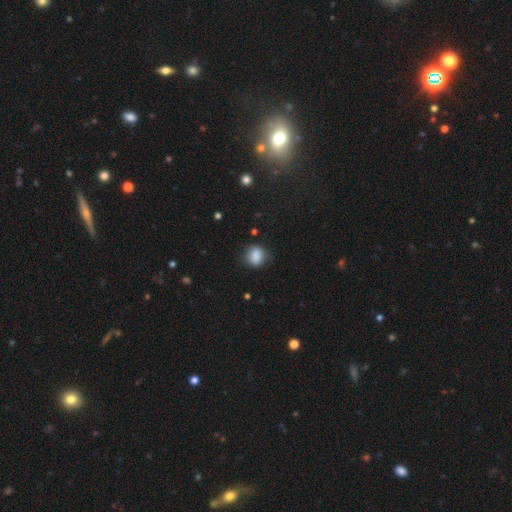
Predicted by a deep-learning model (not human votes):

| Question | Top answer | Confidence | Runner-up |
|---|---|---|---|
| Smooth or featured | smooth | 85% | star or artifact (9%) |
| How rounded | round | 60% | in between (38%) |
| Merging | none | 75% | minor disturbance (18%) |